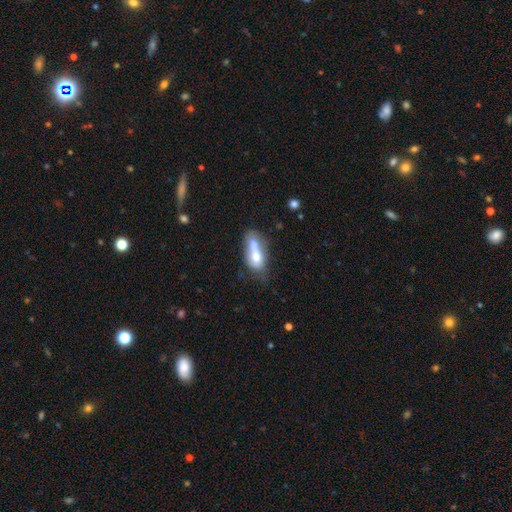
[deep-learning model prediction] Smooth or featured? smooth (64%)
How rounded? in between (78%)
Merging? merger (41%)